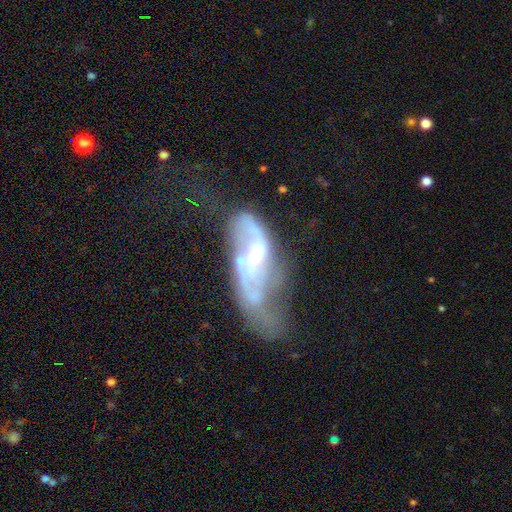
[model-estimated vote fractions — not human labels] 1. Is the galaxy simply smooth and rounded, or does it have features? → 72% featured or disk, 20% smooth, 9% star or artifact.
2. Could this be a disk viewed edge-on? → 91% no, 9% yes.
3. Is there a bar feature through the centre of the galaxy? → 45% no, 39% weak, 16% strong.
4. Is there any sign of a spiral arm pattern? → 66% yes, 34% no.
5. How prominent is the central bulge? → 49% moderate, 39% small, 5% none, 5% large, 1% dominant.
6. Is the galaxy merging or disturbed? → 45% major disturbance, 20% none, 18% minor disturbance, 18% merger.